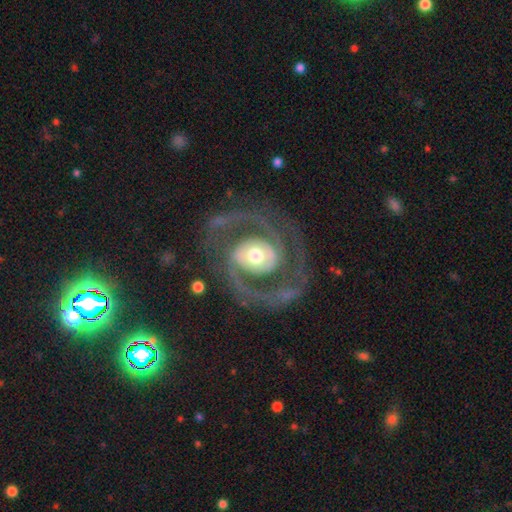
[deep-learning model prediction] The model was most divided on "spiral winding": medium: 49%, tight: 32%, loose: 19%. More confident: edge-on disk — no (97%); spiral arms — yes (92%); smooth or featured — featured or disk (88%); spiral arm count — 2 (82%); merging — none (71%); bar — no (59%); bulge size — moderate (59%).